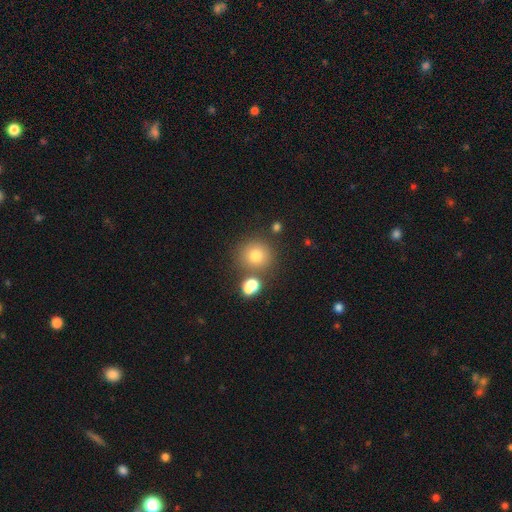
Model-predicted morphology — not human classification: Smooth or featured?
  - smooth: 77% *
  - star or artifact: 14%
  - featured or disk: 9%
How rounded?
  - round: 90% *
  - in between: 9%
  - cigar-shaped: 1%
Merging?
  - none: 75% *
  - merger: 12%
  - minor disturbance: 9%
  - major disturbance: 3%